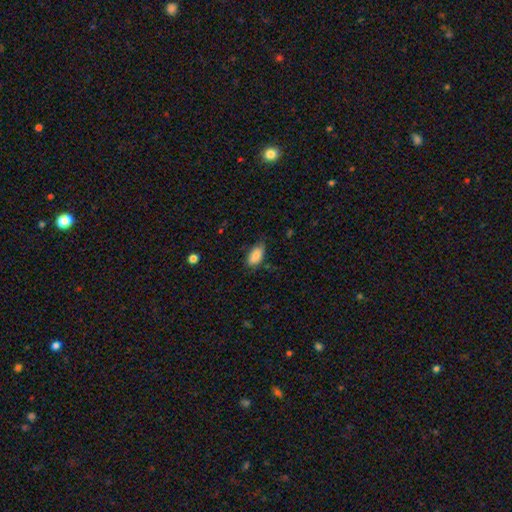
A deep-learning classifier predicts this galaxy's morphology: Overall: smooth (84%). How rounded: in between (91%). Merging: none (67%).